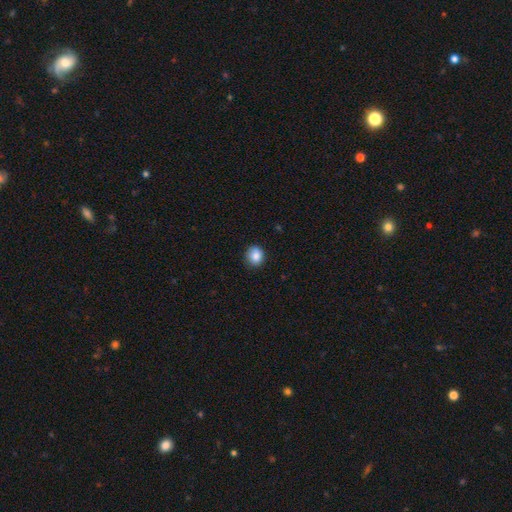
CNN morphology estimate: smooth 84%, star or artifact 9%, featured or disk 7%. Down the decision tree: how rounded — round (79%); merging — none (81%).